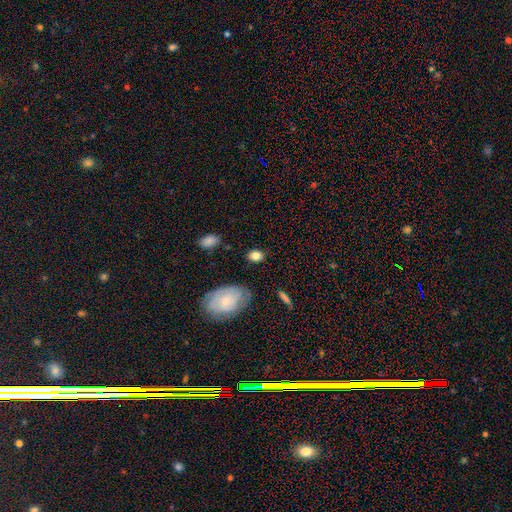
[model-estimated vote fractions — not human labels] smooth 82%, featured or disk 10%, star or artifact 9%. Down the decision tree: how rounded — in between (61%); merging — none (81%).